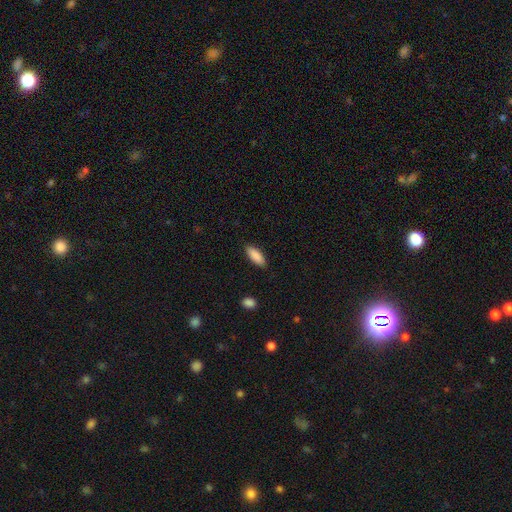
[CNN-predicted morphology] Overall: smooth (89%). How rounded: in between (69%). Merging: none (88%).